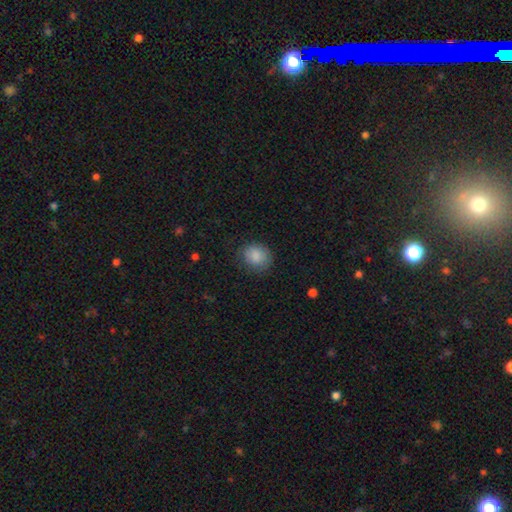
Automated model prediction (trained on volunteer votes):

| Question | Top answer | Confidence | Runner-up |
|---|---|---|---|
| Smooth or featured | smooth | 87% | star or artifact (8%) |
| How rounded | round | 70% | in between (29%) |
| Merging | none | 77% | minor disturbance (17%) |